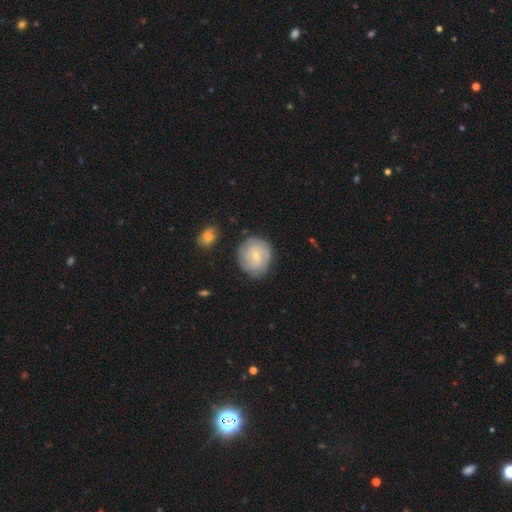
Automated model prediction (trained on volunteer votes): Q: Smooth or featured?
A: featured or disk (56%); runner-up: smooth (37%)
Q: Edge-on disk?
A: no (97%); runner-up: yes (3%)
Q: Bar?
A: no (60%); runner-up: weak (35%)
Q: Spiral arms?
A: yes (81%); runner-up: no (19%)
Q: Bulge size?
A: small (66%); runner-up: moderate (30%)
Q: Merging?
A: none (78%); runner-up: minor disturbance (15%)